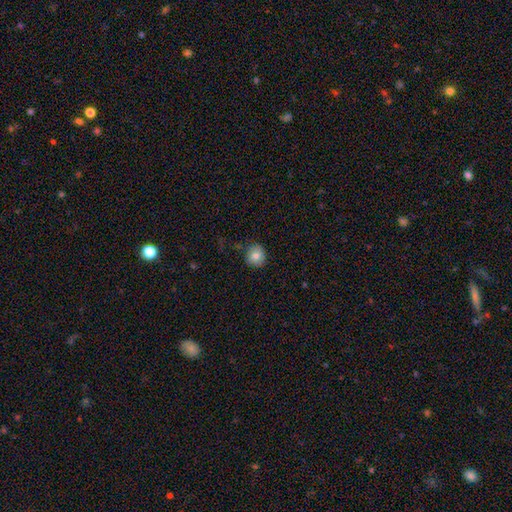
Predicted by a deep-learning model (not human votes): This appears to be a smooth galaxy with no disk features (80%) that is round (87%). Merging: none (81%).